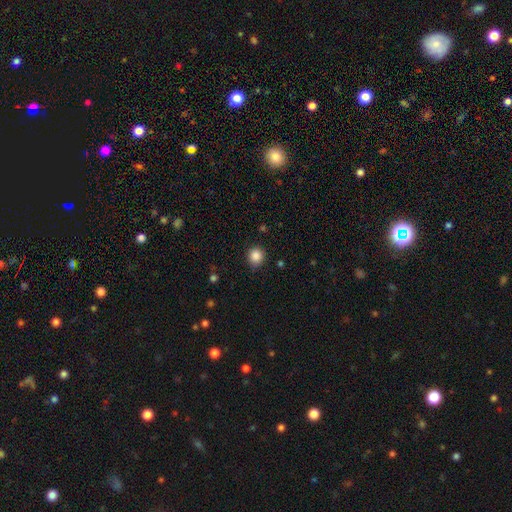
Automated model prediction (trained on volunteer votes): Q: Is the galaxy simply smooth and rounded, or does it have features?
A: smooth — 86%.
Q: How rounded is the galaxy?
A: round — 88%.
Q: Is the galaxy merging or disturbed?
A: none — 83%.